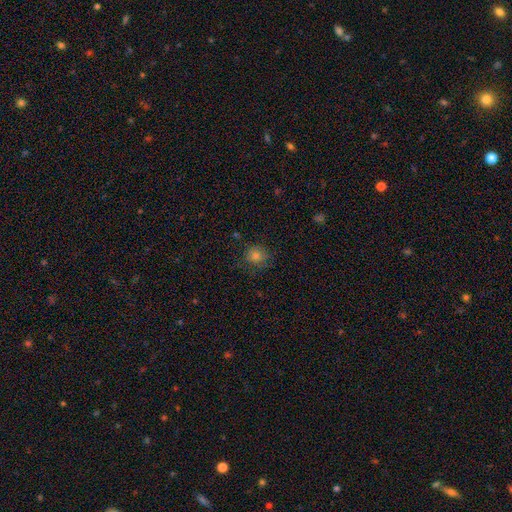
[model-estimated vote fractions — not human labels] Morphology: type=smooth (76%); roundness=round (86%); merging=none (79%).